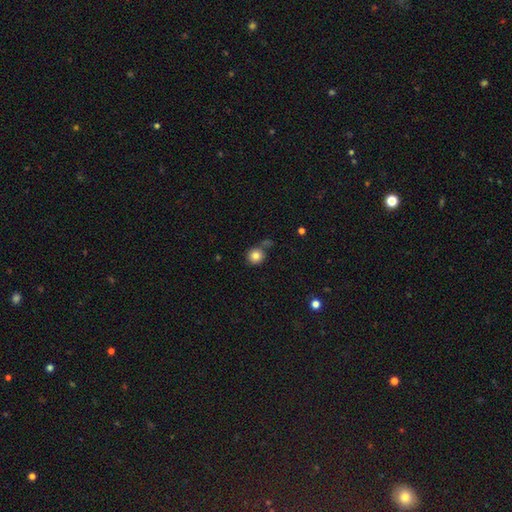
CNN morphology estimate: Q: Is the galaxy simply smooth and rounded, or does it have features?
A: smooth — 82%.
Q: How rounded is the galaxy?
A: round — 92%.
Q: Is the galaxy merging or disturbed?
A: none — 68%.